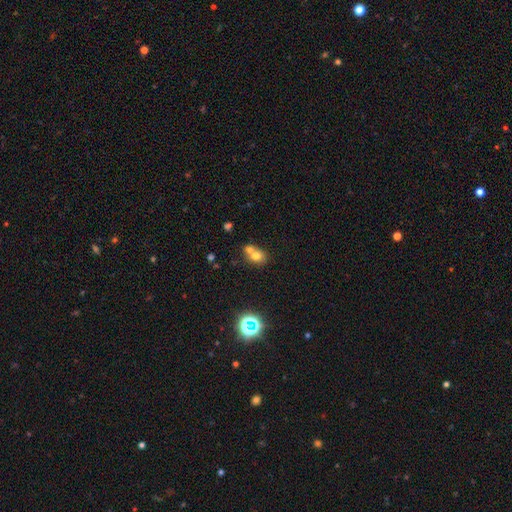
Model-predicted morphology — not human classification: Smooth or featured?
  - smooth: 69% *
  - featured or disk: 16%
  - star or artifact: 15%
How rounded?
  - round: 57% *
  - in between: 42%
  - cigar-shaped: 1%
Merging?
  - merger: 58% *
  - none: 32%
  - minor disturbance: 7%
  - major disturbance: 3%